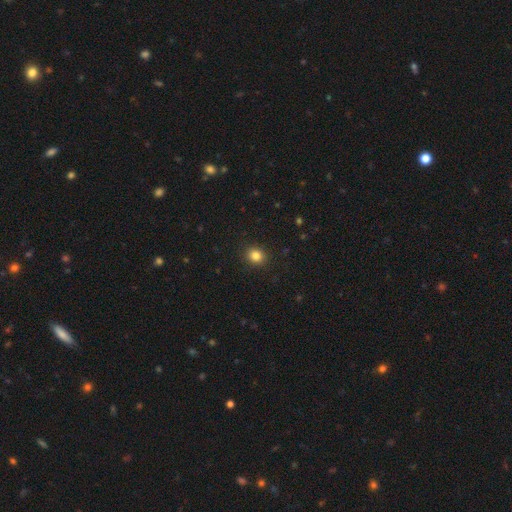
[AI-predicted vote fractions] smooth 85%, star or artifact 11%, featured or disk 4%. Down the decision tree: how rounded — round (72%); merging — none (90%).